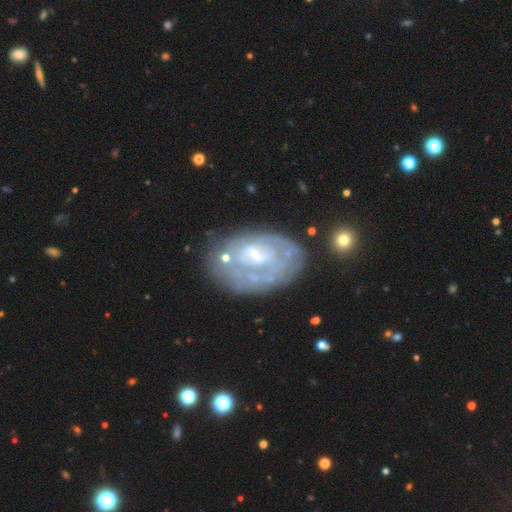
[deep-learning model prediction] This is likely a featured or disk galaxy (69%). It is clearly not viewed edge-on (96%). Bar: marginally no (44%). Spiral arm pattern: possibly no (58%). Central bulge: marginally moderate (39%). Merging: possibly none (54%).